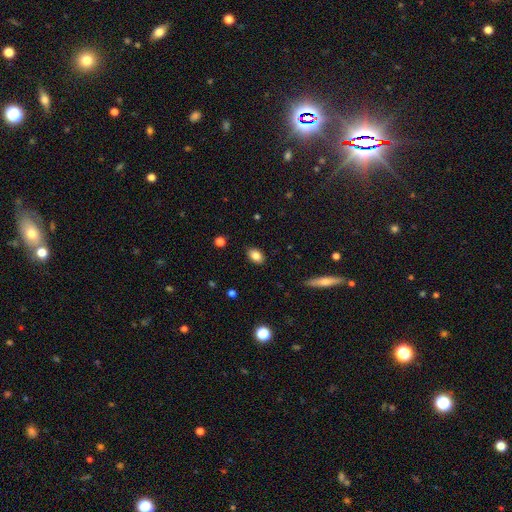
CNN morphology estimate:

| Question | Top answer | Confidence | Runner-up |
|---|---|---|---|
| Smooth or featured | smooth | 84% | star or artifact (9%) |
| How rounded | in between | 83% | round (16%) |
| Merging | none | 87% | minor disturbance (9%) |